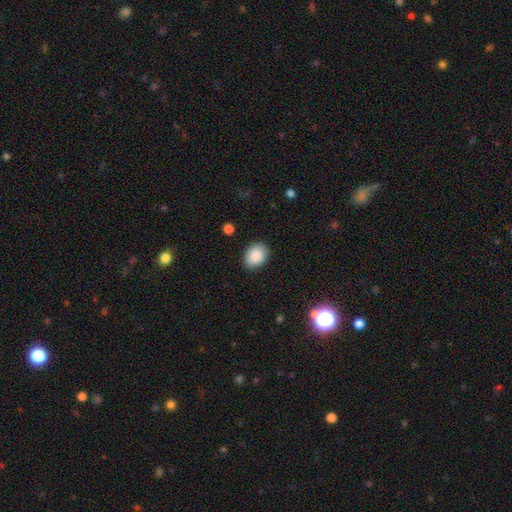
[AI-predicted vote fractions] smooth 88%, star or artifact 8%, featured or disk 5%. Down the decision tree: how rounded — in between (63%); merging — none (87%).